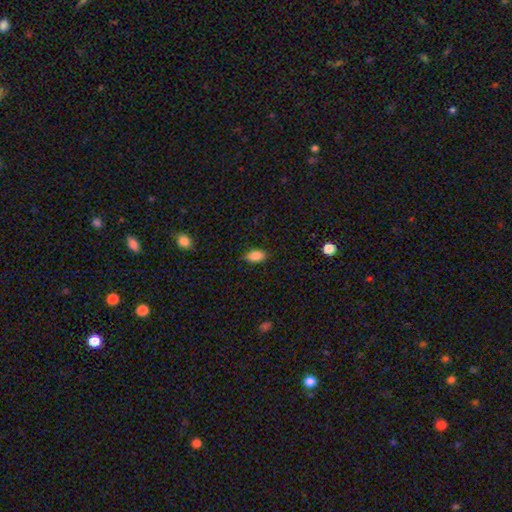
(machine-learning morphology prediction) smooth_or_featured: smooth (p=0.84) [alt: star or artifact p=0.08]
how_rounded: in between (p=0.88) [alt: round p=0.08]
merging: none (p=0.81) [alt: minor disturbance p=0.15]